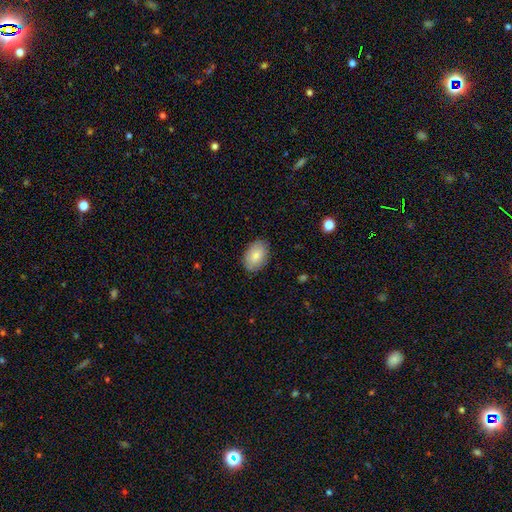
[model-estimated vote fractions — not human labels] This is clearly a smooth galaxy (81%). How rounded: clearly in between (88%). Merging: clearly none (85%).